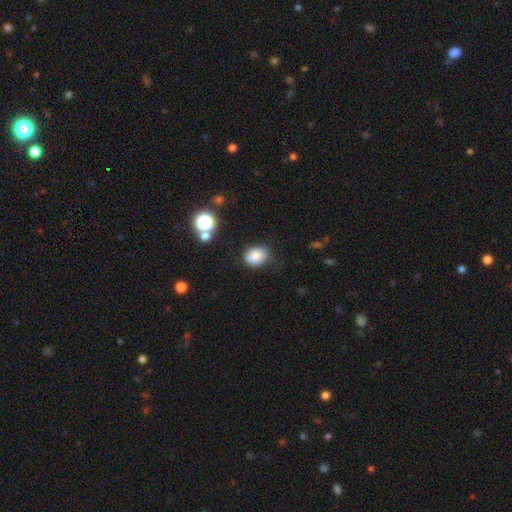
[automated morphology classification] Overall: smooth (81%). How rounded: in between (59%; round 40%). Merging: none (76%).